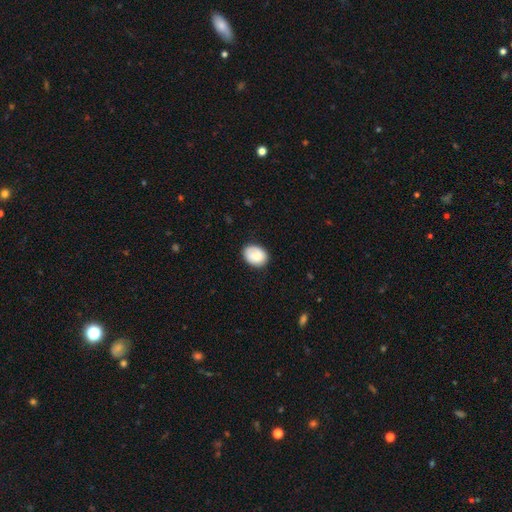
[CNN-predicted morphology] smooth 83%, featured or disk 10%, star or artifact 7%. Down the decision tree: how rounded — in between (59%); merging — none (78%).